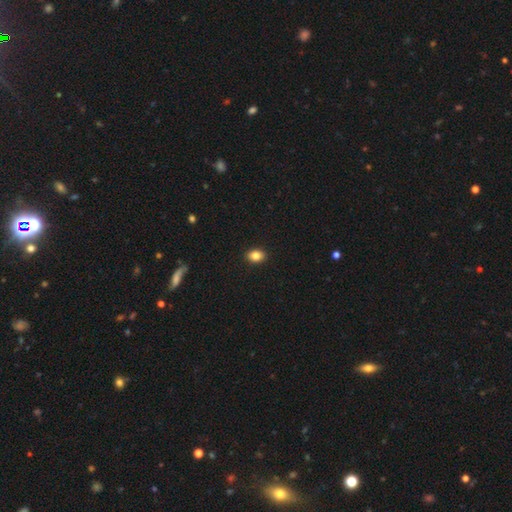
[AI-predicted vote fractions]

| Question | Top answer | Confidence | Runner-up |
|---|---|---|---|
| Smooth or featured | smooth | 85% | star or artifact (9%) |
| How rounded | in between | 76% | round (23%) |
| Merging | none | 91% | minor disturbance (7%) |